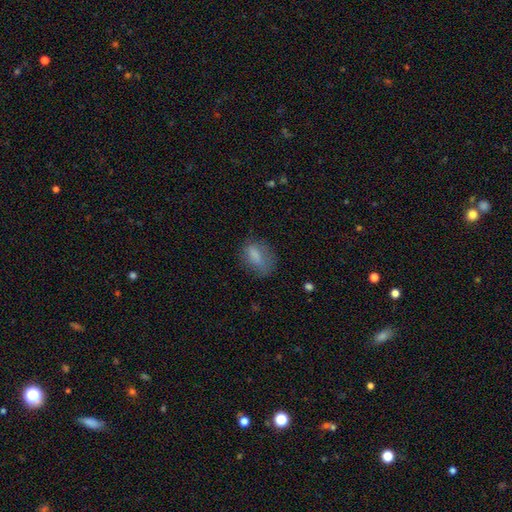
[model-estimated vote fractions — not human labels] smooth 75%, featured or disk 15%, star or artifact 10%. Down the decision tree: how rounded — in between (80%); merging — none (53%).